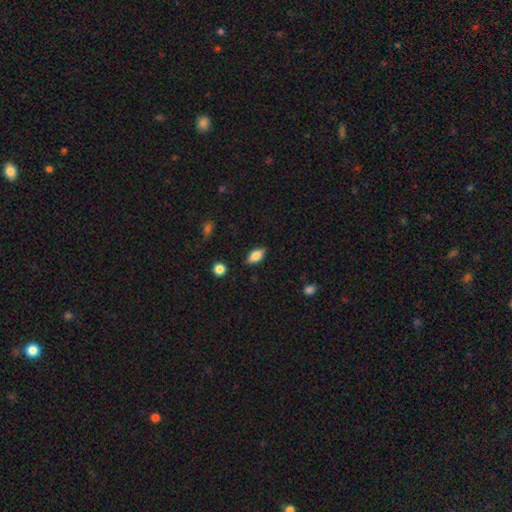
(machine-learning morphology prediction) Smooth or featured?
  - smooth: 73% *
  - featured or disk: 19%
  - star or artifact: 8%
How rounded?
  - in between: 83% *
  - cigar-shaped: 13%
  - round: 5%
Merging?
  - none: 83% *
  - minor disturbance: 13%
  - major disturbance: 3%
  - merger: 1%